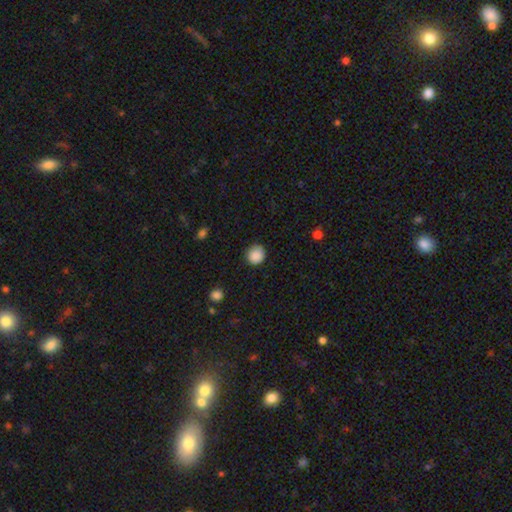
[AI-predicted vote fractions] Morphology: type=smooth (88%); roundness=round (85%); merging=none (85%).